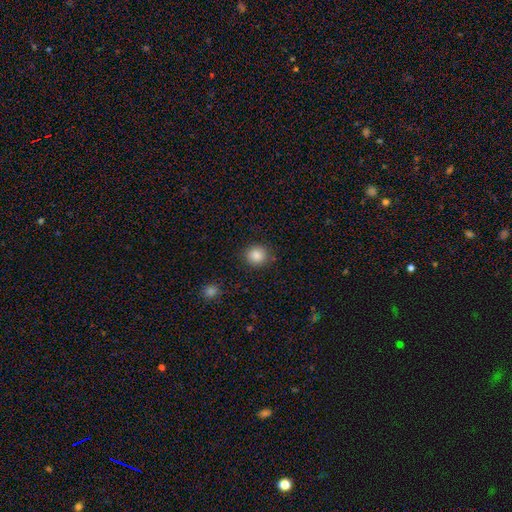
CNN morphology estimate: smooth_or_featured: smooth (p=0.87) [alt: star or artifact p=0.09]
how_rounded: round (p=0.89) [alt: in between p=0.10]
merging: none (p=0.86) [alt: minor disturbance p=0.09]